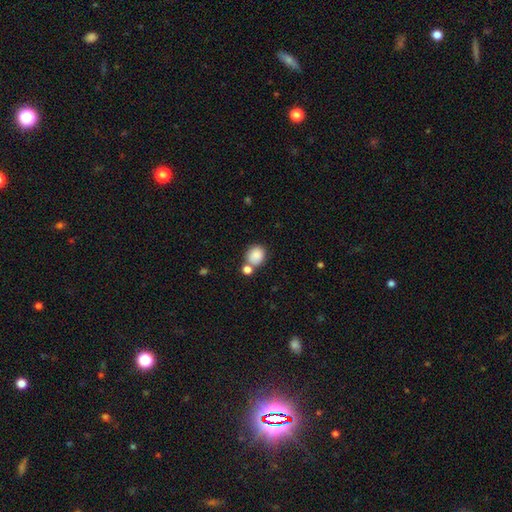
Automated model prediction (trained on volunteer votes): A smooth galaxy with no disk features (86%) that is round (69%). Merging: none (59%).